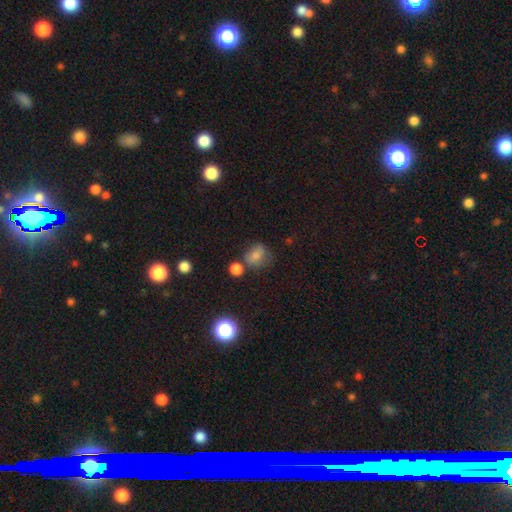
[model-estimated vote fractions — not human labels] smooth 72%, star or artifact 14%, featured or disk 13%. Down the decision tree: how rounded — round (60%); merging — none (50%).